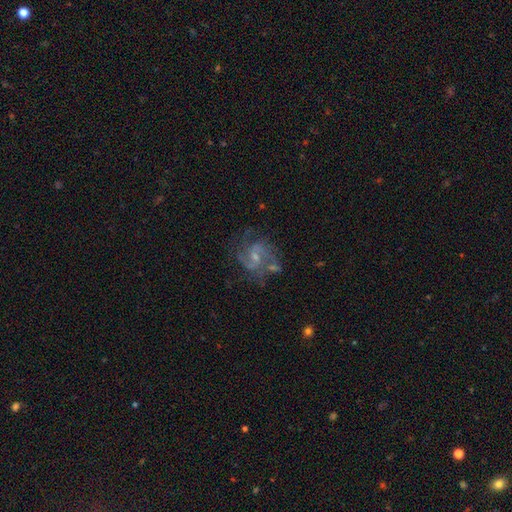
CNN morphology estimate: Overall: featured or disk (78%). Edge-on disk: no (98%). Bar: weak (50%; no 39%). Spiral arms: yes (92%). Spiral arm count: 2 (59%). Spiral winding: medium (52%; loose 24%). Bulge size: small (61%; moderate 28%). Merging: none (66%).